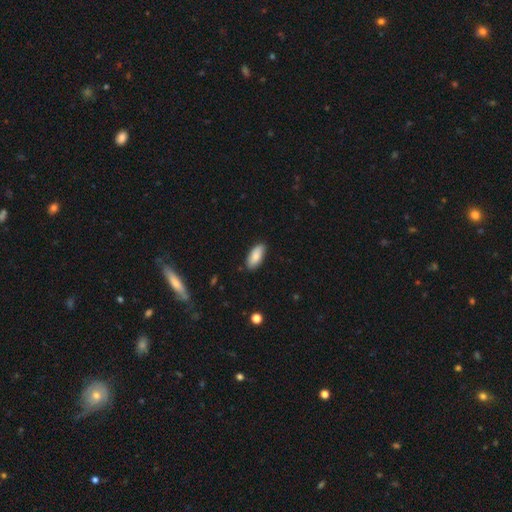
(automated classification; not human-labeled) This appears to be a smooth galaxy with no disk features (82%) that is in between round and cigar-shaped (88%). Merging: none (84%).